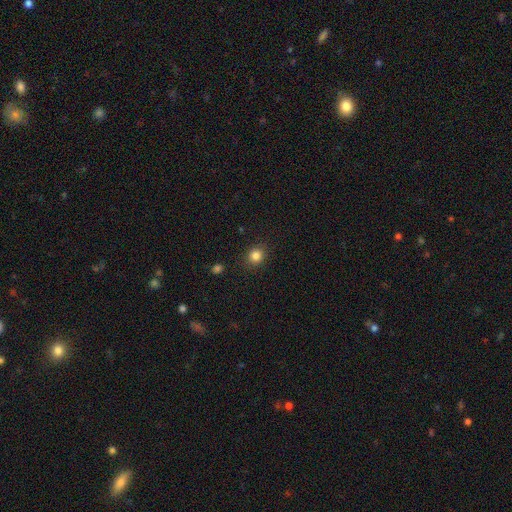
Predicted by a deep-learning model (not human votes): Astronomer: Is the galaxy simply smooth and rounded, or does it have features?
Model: smooth — 83%.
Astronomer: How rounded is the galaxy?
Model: round — 80%.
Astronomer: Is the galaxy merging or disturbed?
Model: none — 88%.